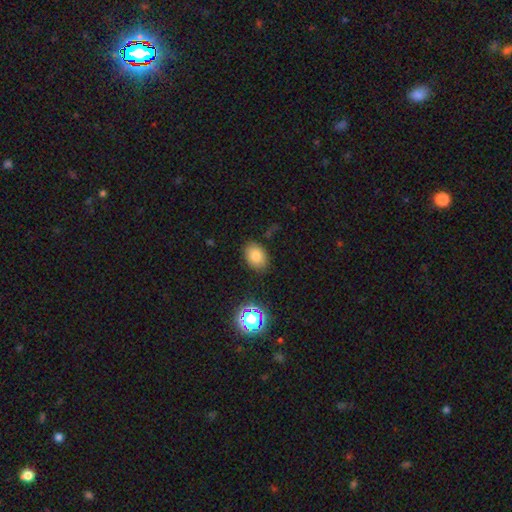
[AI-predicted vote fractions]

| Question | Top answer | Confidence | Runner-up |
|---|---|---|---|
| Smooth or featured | smooth | 79% | star or artifact (13%) |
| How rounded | in between | 75% | round (24%) |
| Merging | none | 84% | minor disturbance (11%) |